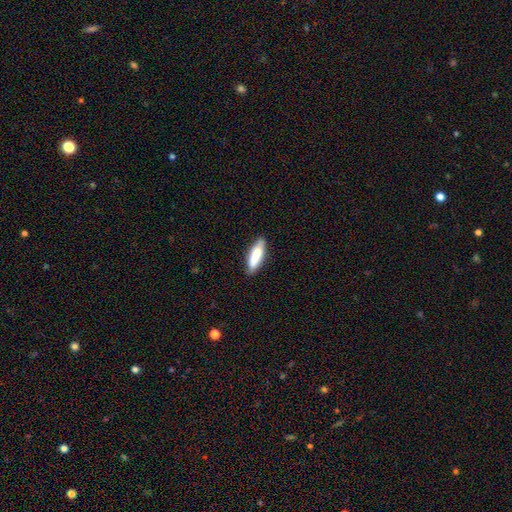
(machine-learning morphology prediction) Smooth or featured? Predicted: smooth (p=0.79). How rounded? Predicted: cigar-shaped (p=0.56). Merging? Predicted: none (p=0.83).